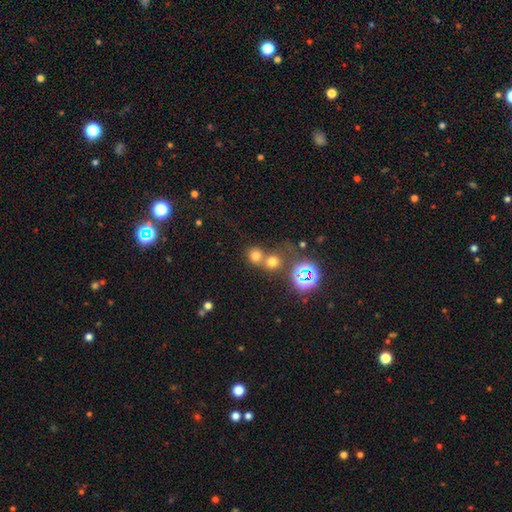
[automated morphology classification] This is likely a smooth galaxy (67%). How rounded: clearly round (85%). Merging: possibly none (51%).